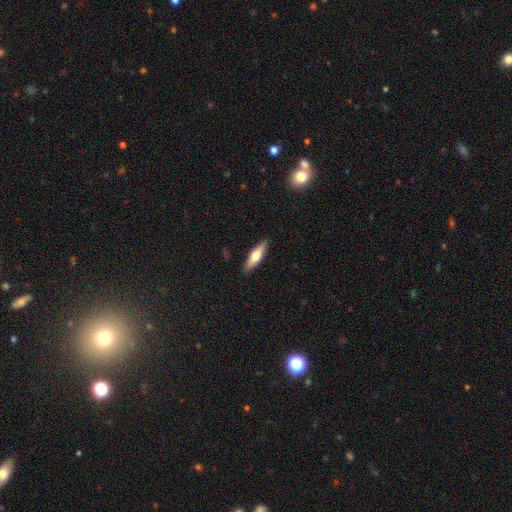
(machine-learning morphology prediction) This appears to be a smooth galaxy with no disk features (57%) that is cigar-shaped (67%). Merging: none (89%).